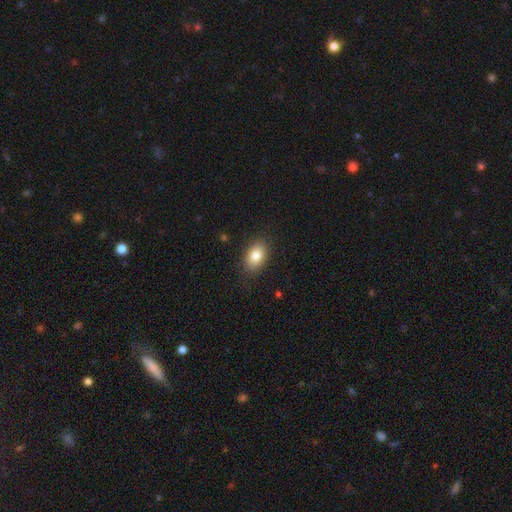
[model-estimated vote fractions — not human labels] smooth-or-featured: smooth: 83% | featured or disk: 8% | star or artifact: 8%
  how-rounded: in between: 85% | round: 14% | cigar-shaped: 1%
  merging: none: 85% | minor disturbance: 11% | major disturbance: 3% | merger: 1%